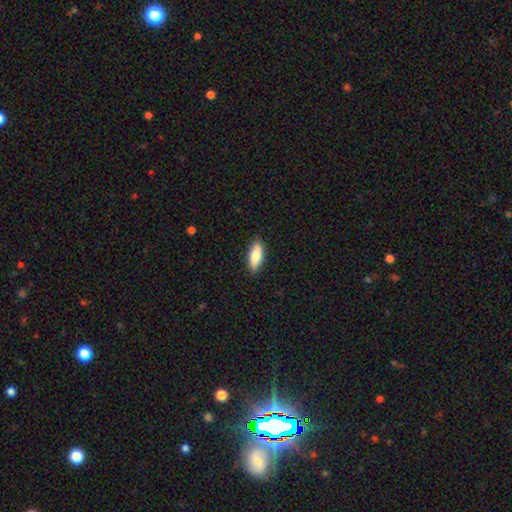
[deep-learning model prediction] Morphology: type=smooth (81%); roundness=in between (74%); merging=none (89%).